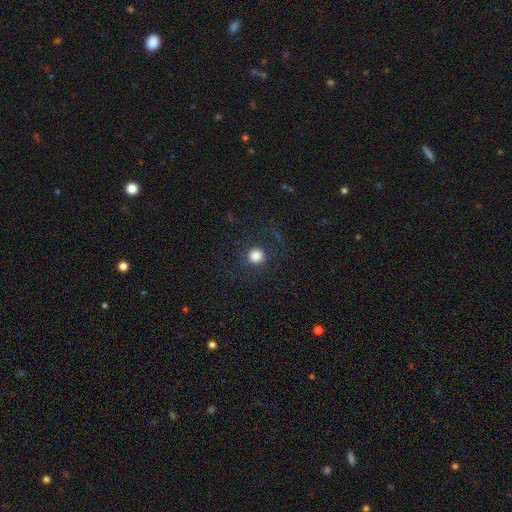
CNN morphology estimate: Smooth or featured? smooth (78%)
How rounded? round (93%)
Merging? none (83%)